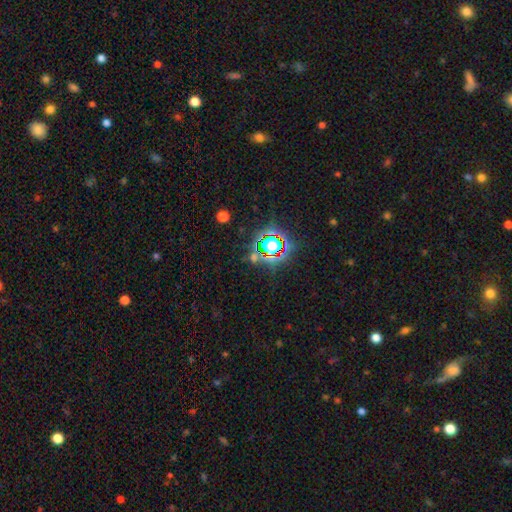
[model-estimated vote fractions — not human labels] This is likely a star or artifact rather than a galaxy (75%).